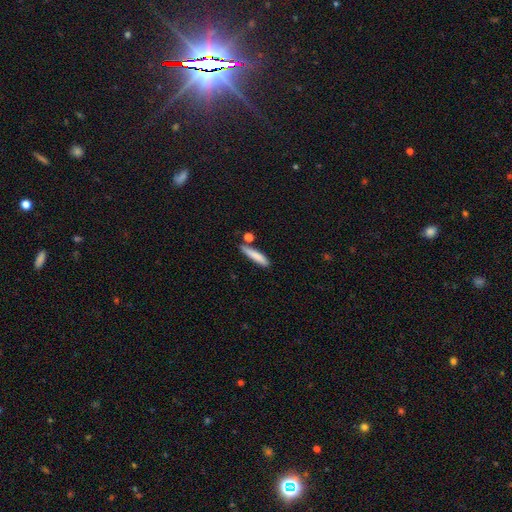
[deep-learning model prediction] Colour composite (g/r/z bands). It shows a smooth galaxy with no disk features (81%) that is cigar-shaped (86%). Merging: none (72%).